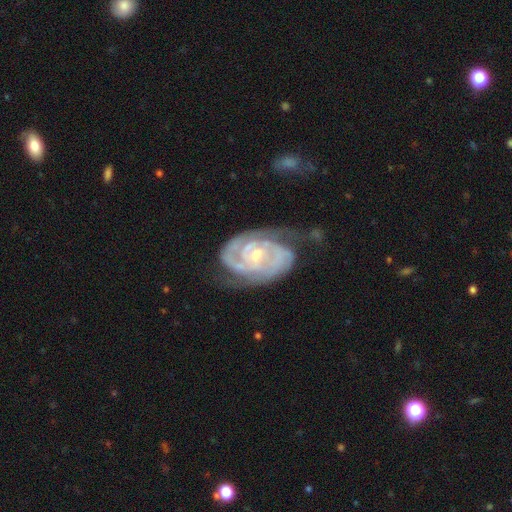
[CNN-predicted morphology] smooth_or_featured: featured or disk (p=0.91) [alt: smooth p=0.05]
disk_edge_on: no (p=0.97) [alt: yes p=0.03]
bar: no (p=0.50) [alt: weak p=0.38]
has_spiral_arms: yes (p=0.98) [alt: no p=0.02]
spiral_winding: tight (p=0.72) [alt: medium p=0.24]
spiral_arm_count: 2 (p=0.63) [alt: 3 p=0.15]
bulge_size: small (p=0.57) [alt: moderate p=0.39]
merging: none (p=0.61) [alt: minor disturbance p=0.24]